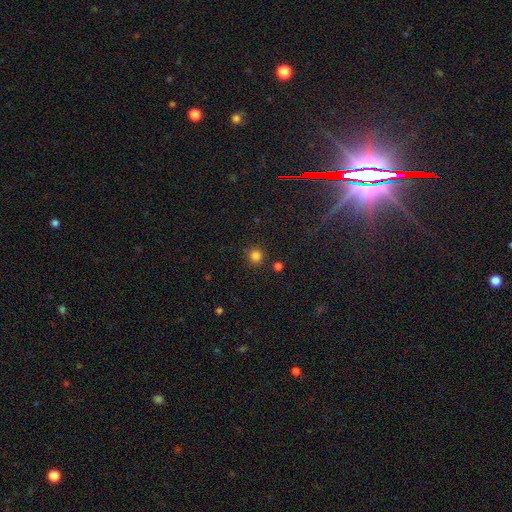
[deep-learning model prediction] smooth-or-featured: smooth: 82% | star or artifact: 14% | featured or disk: 4%
  how-rounded: round: 93% | in between: 6% | cigar-shaped: 1%
  merging: none: 86% | minor disturbance: 8% | merger: 4% | major disturbance: 3%